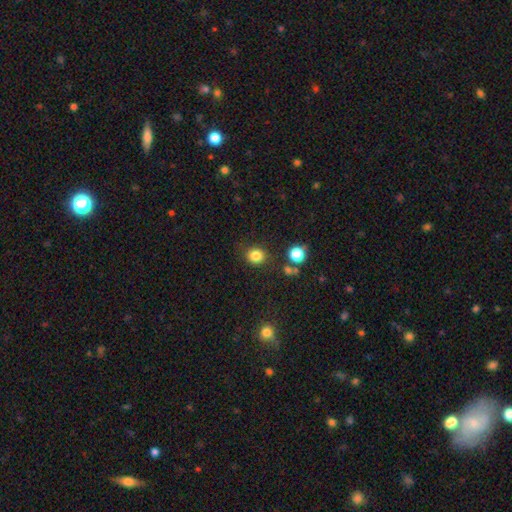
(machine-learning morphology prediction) A smooth galaxy with no disk features (83%) that is round (78%).

Vote fractions:
- Smooth or featured? smooth: 83% / star or artifact: 12% / featured or disk: 5%
- How rounded? round: 78% / in between: 21% / cigar-shaped: 1%
- Merging? none: 82% / minor disturbance: 10% / merger: 4% / major disturbance: 4%